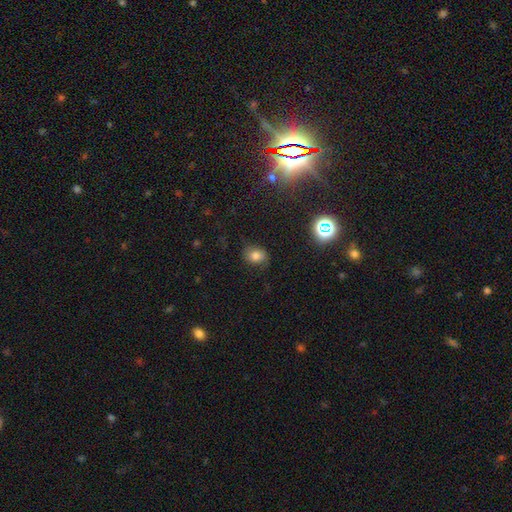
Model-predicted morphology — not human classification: Smooth or featured: smooth — 70% (star or artifact — 16%)
How rounded: in between — 51% (round — 48%)
Merging: none — 71% (minor disturbance — 20%)